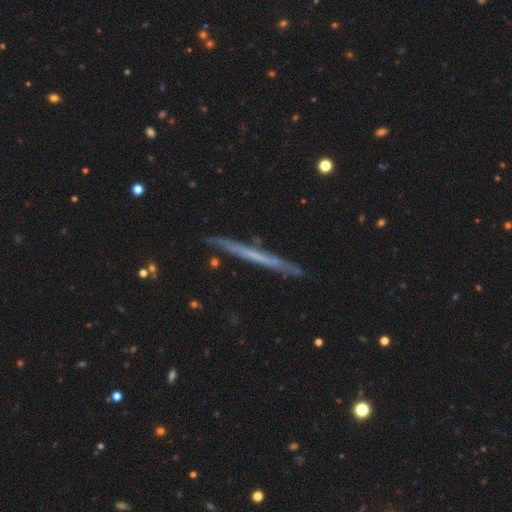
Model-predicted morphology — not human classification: smooth_or_featured: featured or disk (p=0.58) [alt: smooth p=0.36]
disk_edge_on: yes (p=0.95) [alt: no p=0.05]
edge_on_bulge: none (p=0.91) [alt: rounded p=0.06]
merging: none (p=0.85) [alt: minor disturbance p=0.11]